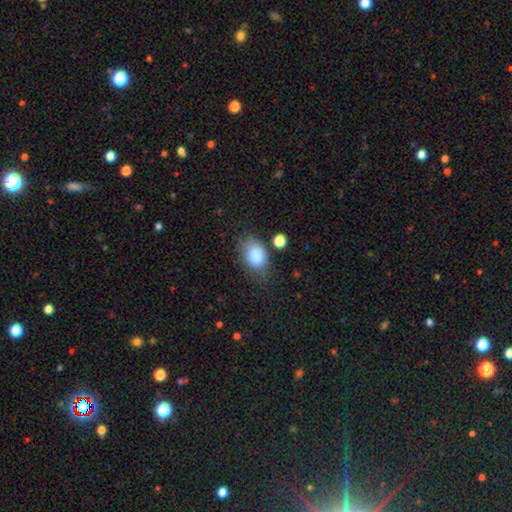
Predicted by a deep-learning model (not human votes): Q: Smooth or featured?
A: smooth (86%); runner-up: star or artifact (8%)
Q: How rounded?
A: in between (78%); runner-up: round (21%)
Q: Merging?
A: none (64%); runner-up: minor disturbance (22%)